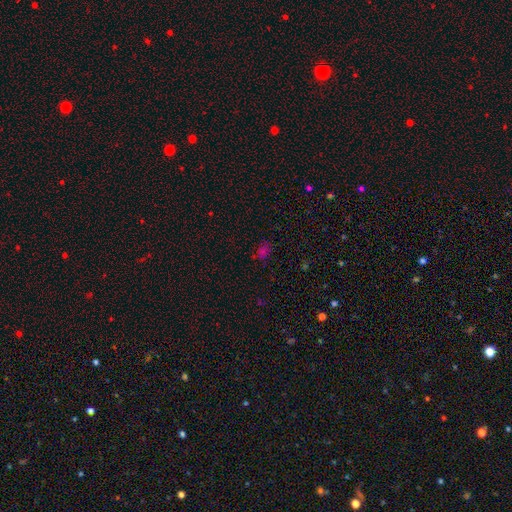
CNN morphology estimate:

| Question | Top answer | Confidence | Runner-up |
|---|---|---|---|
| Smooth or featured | smooth | 59% | star or artifact (35%) |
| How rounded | in between | 66% | round (31%) |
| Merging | none | 72% | minor disturbance (17%) |